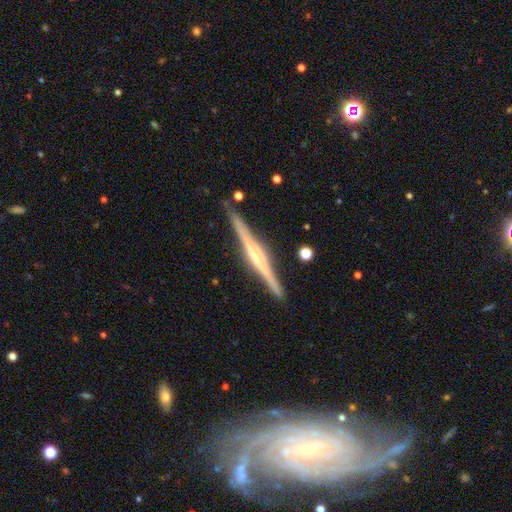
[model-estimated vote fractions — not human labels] Smooth or featured?
  - featured or disk: 82% *
  - smooth: 12%
  - star or artifact: 5%
Edge-on disk?
  - yes: 98% *
  - no: 2%
Edge-on bulge?
  - rounded: 58% *
  - boxy: 24%
  - none: 17%
Merging?
  - none: 89% *
  - minor disturbance: 8%
  - merger: 2%
  - major disturbance: 2%